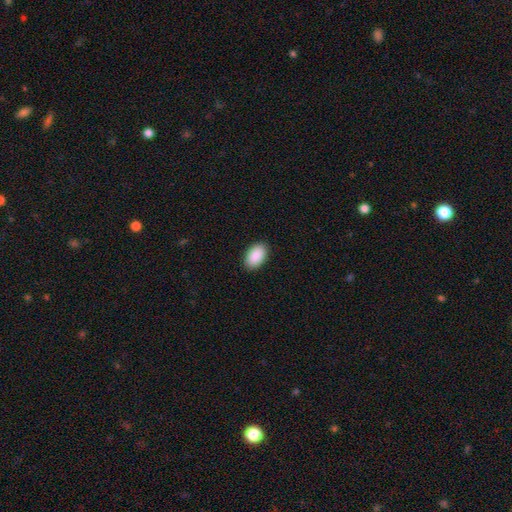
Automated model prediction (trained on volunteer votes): smooth 91%, star or artifact 6%, featured or disk 3%. Down the decision tree: how rounded — in between (94%); merging — none (90%).